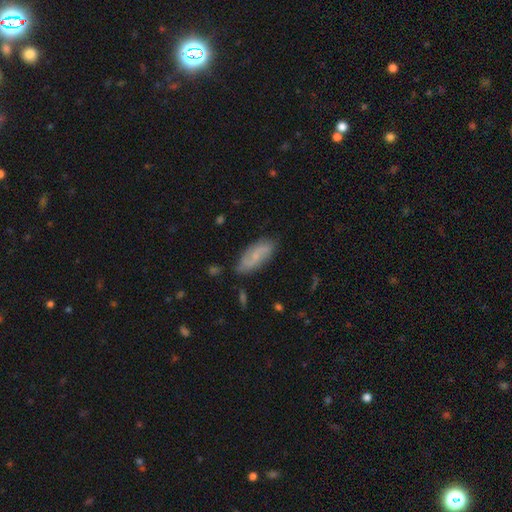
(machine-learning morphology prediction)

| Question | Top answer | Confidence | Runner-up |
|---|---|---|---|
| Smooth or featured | featured or disk | 49% | smooth (44%) |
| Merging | none | 77% | minor disturbance (17%) |